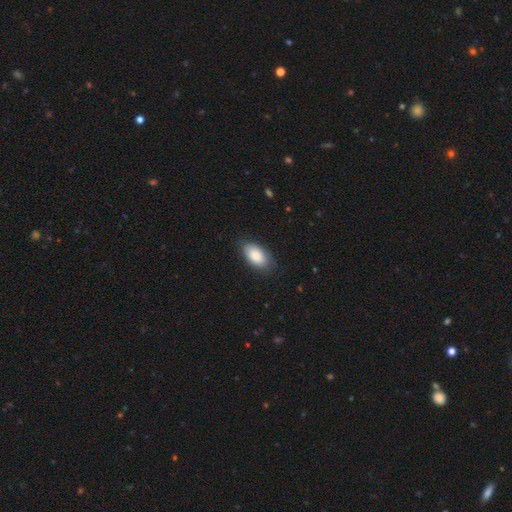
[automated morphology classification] smooth 86%, featured or disk 8%, star or artifact 6%. Down the decision tree: how rounded — in between (94%); merging — none (79%).